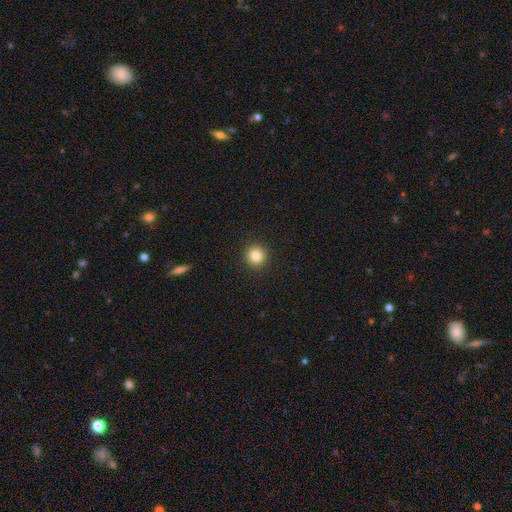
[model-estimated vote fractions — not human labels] This is clearly a smooth galaxy (85%). How rounded: clearly round (94%). Merging: clearly none (93%).